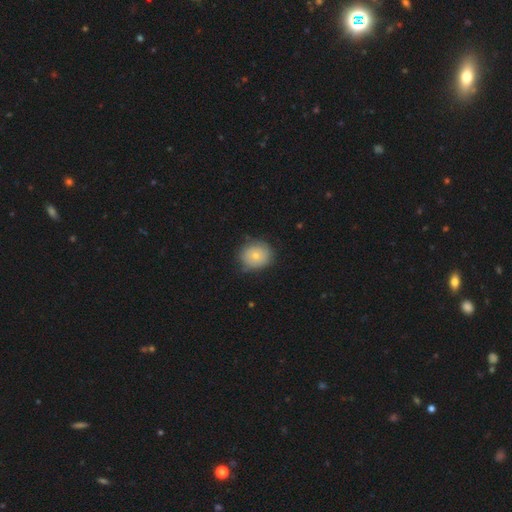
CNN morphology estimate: smooth_or_featured: smooth (p=0.69) [alt: featured or disk p=0.23]
how_rounded: round (p=0.82) [alt: in between p=0.17]
merging: none (p=0.75) [alt: minor disturbance p=0.19]